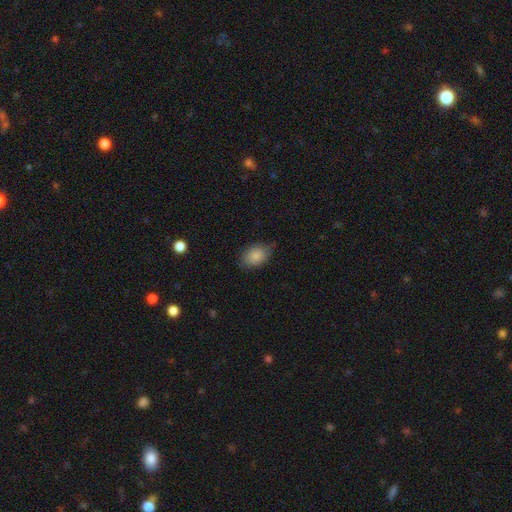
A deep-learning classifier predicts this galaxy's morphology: smooth 86%, star or artifact 7%, featured or disk 6%. Down the decision tree: how rounded — in between (81%); merging — none (73%).